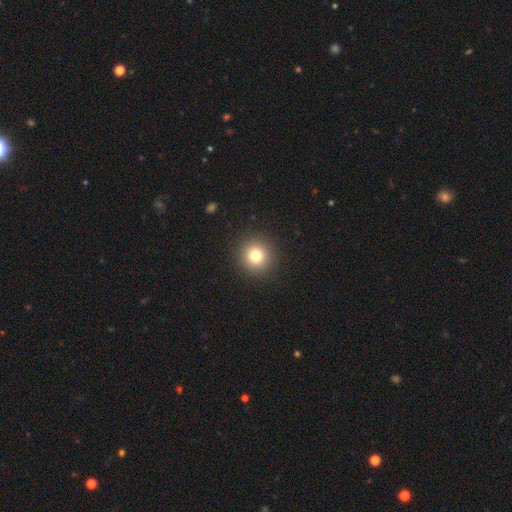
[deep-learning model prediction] The model was most divided on "smooth or featured": smooth: 79%, star or artifact: 13%, featured or disk: 8%. More confident: how rounded — round (95%); merging — none (92%).